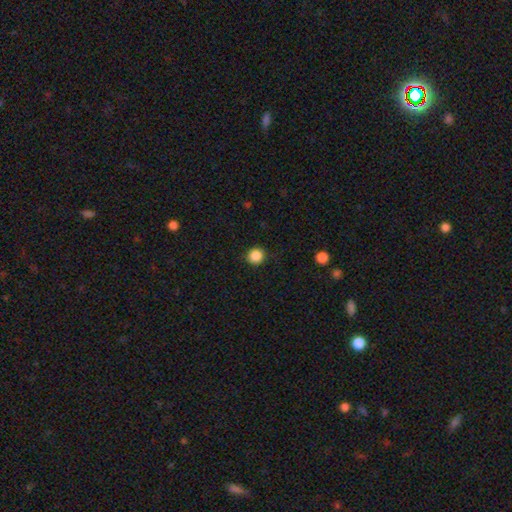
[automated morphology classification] The model was most divided on "smooth or featured": smooth: 87%, star or artifact: 10%, featured or disk: 3%. More confident: how rounded — round (93%); merging — none (91%).